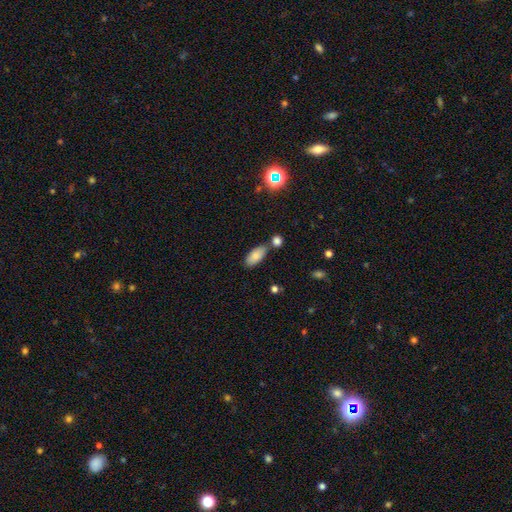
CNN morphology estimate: A smooth galaxy with no disk features (83%) that is in between round and cigar-shaped (88%). Merging: none (68%).